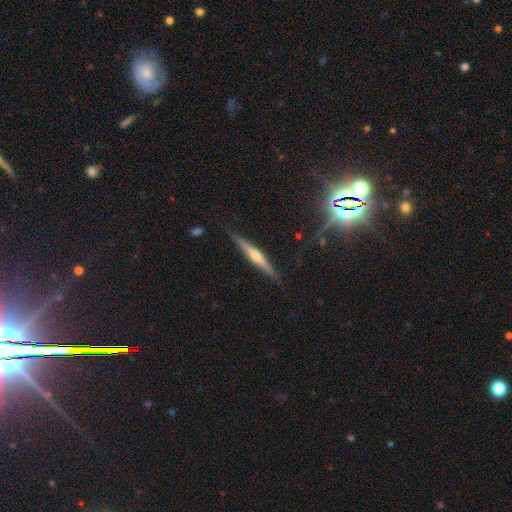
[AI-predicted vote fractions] featured or disk 65%, smooth 27%, star or artifact 8%. Down the decision tree: edge-on disk — yes (97%); edge-on bulge — rounded (78%); merging — none (86%).